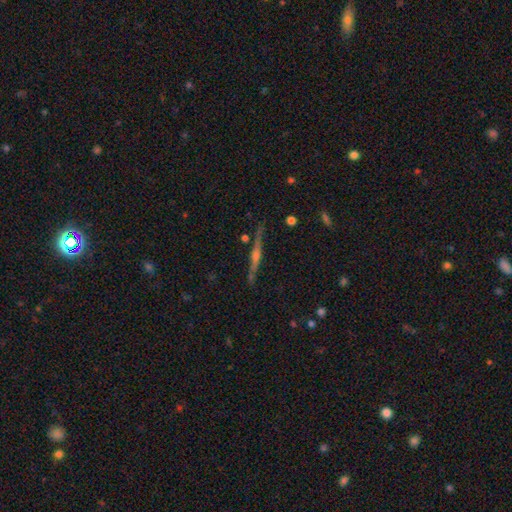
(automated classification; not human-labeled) A featured or disk galaxy (79%) viewed edge-on (98%) with a rounded central bulge (71%).

Vote fractions:
- Smooth or featured? featured or disk: 79% / smooth: 13% / star or artifact: 8%
- Edge-on disk? yes: 98% / no: 2%
- Edge-on bulge? rounded: 71% / boxy: 16% / none: 12%
- Merging? none: 87% / minor disturbance: 9% / major disturbance: 2% / merger: 2%